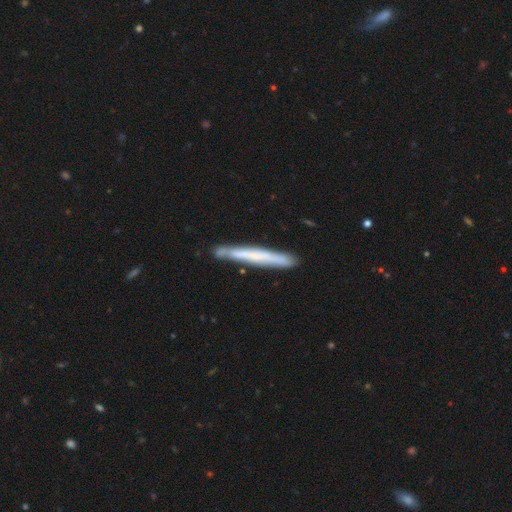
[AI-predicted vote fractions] This is possibly a smooth galaxy (51%). How rounded: clearly cigar-shaped (97%). Merging: clearly none (84%).